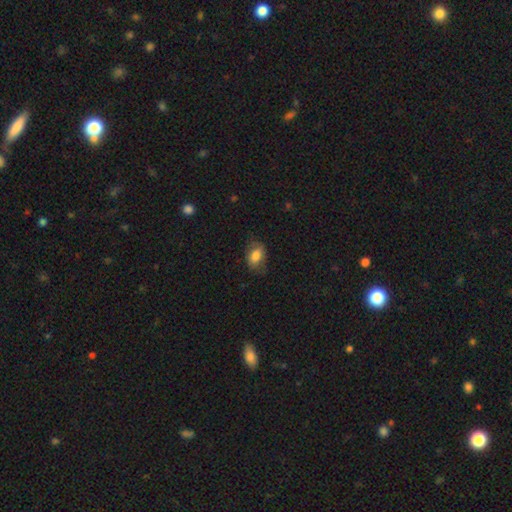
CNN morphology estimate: Smooth or featured?
  - smooth: 75% *
  - featured or disk: 18%
  - star or artifact: 7%
How rounded?
  - in between: 84% *
  - round: 14%
  - cigar-shaped: 2%
Merging?
  - none: 66% *
  - minor disturbance: 23%
  - major disturbance: 9%
  - merger: 1%